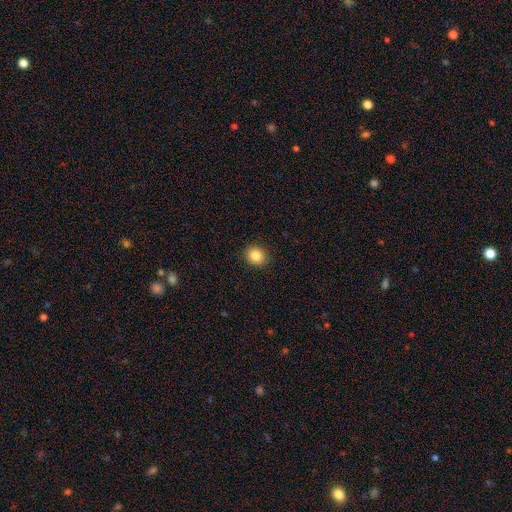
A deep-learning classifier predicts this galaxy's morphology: smooth_or_featured: smooth (p=0.85) [alt: star or artifact p=0.10]
how_rounded: round (p=0.71) [alt: in between p=0.28]
merging: none (p=0.91) [alt: minor disturbance p=0.06]